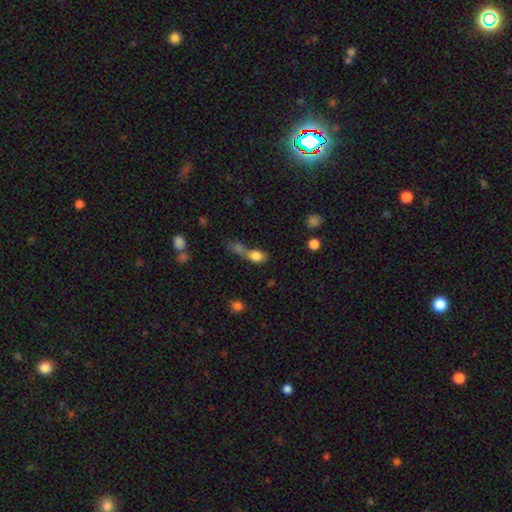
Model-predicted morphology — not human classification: smooth 79%, featured or disk 11%, star or artifact 10%. Down the decision tree: how rounded — in between (67%); merging — merger (55%).